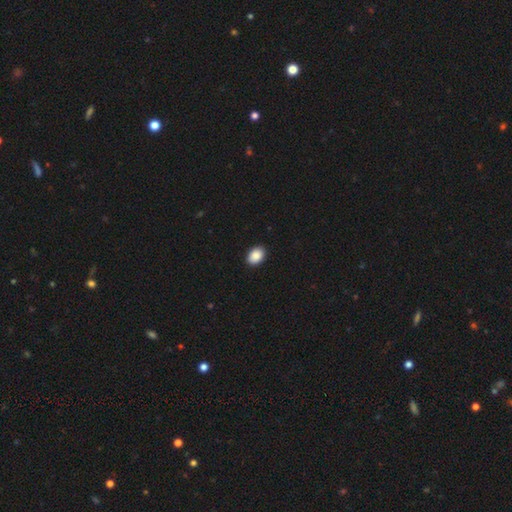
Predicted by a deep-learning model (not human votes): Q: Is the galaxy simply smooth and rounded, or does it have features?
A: smooth — 90%.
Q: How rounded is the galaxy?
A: in between — 79%.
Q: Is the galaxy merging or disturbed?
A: none — 91%.